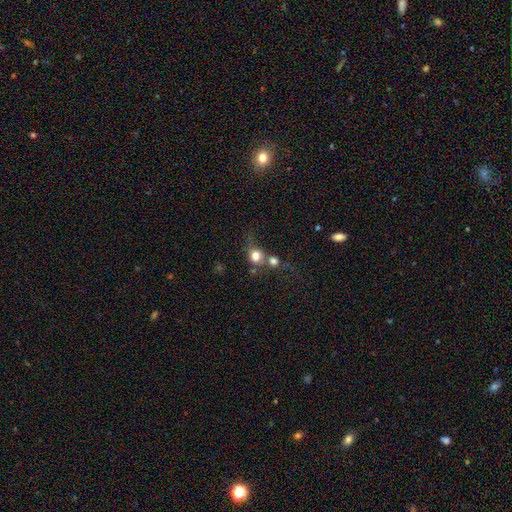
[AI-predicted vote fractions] A smooth galaxy with no disk features (76%) that is round (82%). Merging: merger (42%).